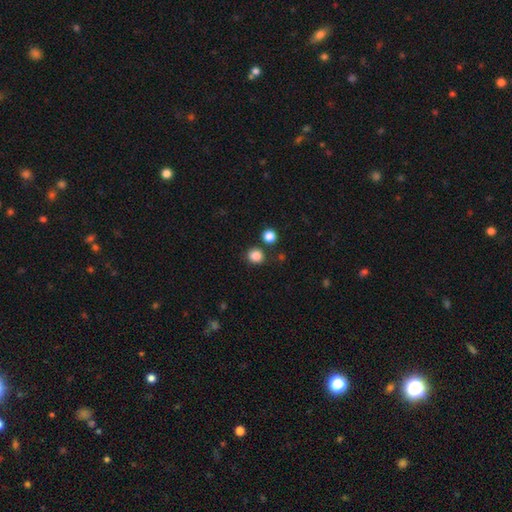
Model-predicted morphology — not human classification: The model was most divided on "how rounded": round: 81%, in between: 18%, cigar-shaped: 1%. More confident: smooth or featured — smooth (85%); merging — none (82%).